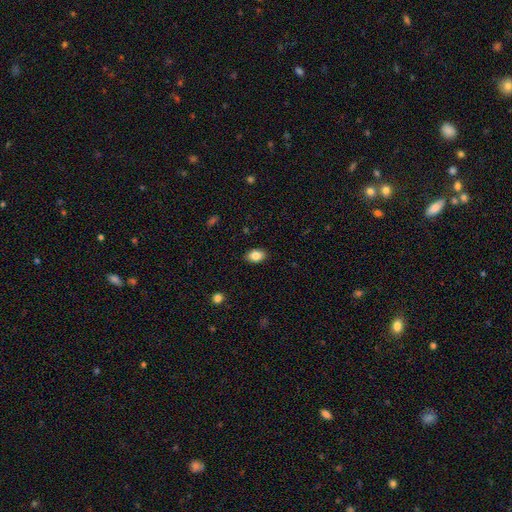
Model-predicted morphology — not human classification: Q: Smooth or featured?
A: smooth (84%); runner-up: star or artifact (8%)
Q: How rounded?
A: in between (84%); runner-up: round (14%)
Q: Merging?
A: none (87%); runner-up: minor disturbance (9%)